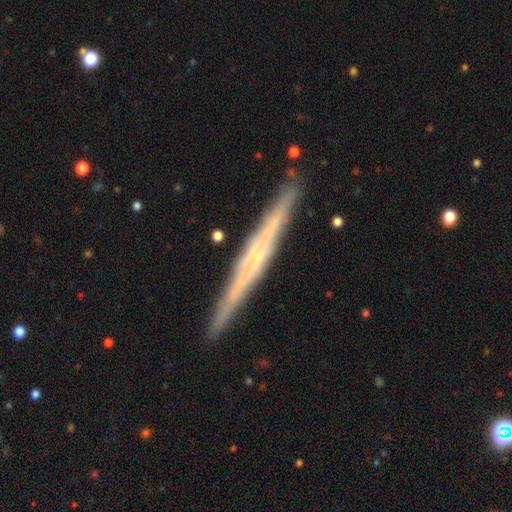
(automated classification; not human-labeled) Morphology: type=featured or disk (76%); edge-on=yes (97%); edge-on bulge=none (50%); merging=none (89%).